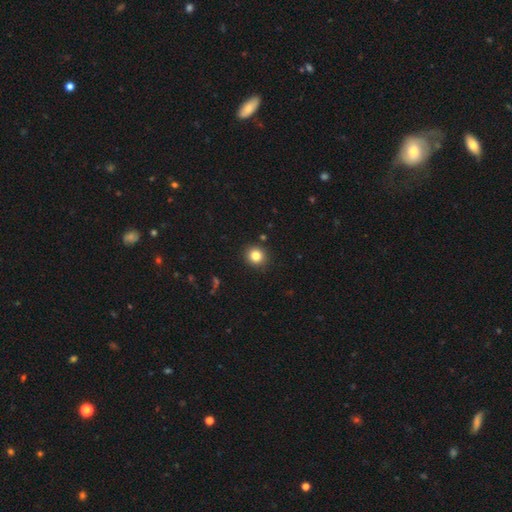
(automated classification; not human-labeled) This is clearly a smooth galaxy (82%). How rounded: clearly round (87%). Merging: clearly none (91%).